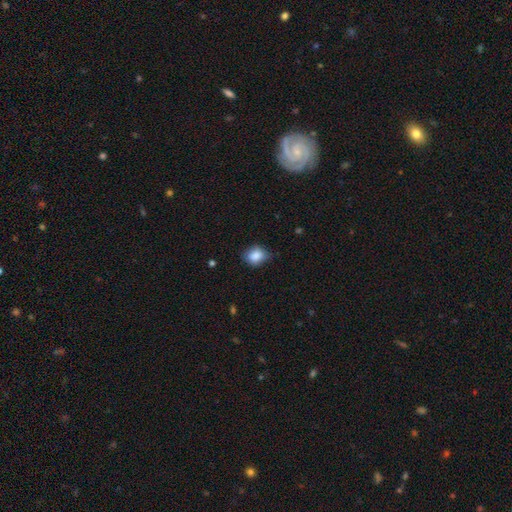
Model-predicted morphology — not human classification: Q: Smooth or featured?
A: smooth (85%); runner-up: star or artifact (8%)
Q: How rounded?
A: in between (51%); runner-up: round (48%)
Q: Merging?
A: none (65%); runner-up: minor disturbance (29%)